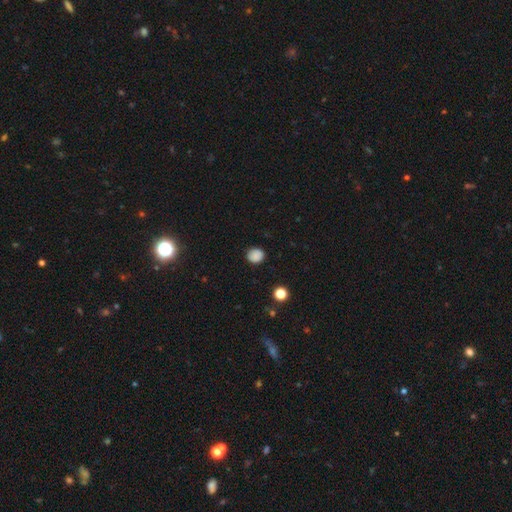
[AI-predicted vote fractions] smooth_or_featured: smooth (p=0.84) [alt: star or artifact p=0.11]
how_rounded: round (p=0.78) [alt: in between p=0.21]
merging: none (p=0.84) [alt: minor disturbance p=0.12]